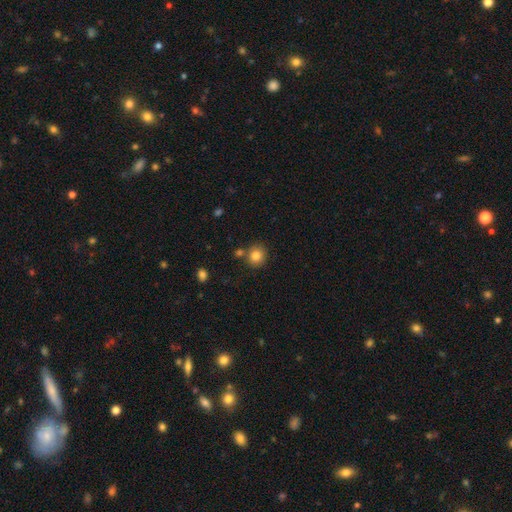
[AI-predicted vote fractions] Q: Smooth or featured?
A: smooth (82%); runner-up: star or artifact (11%)
Q: How rounded?
A: round (85%); runner-up: in between (15%)
Q: Merging?
A: none (75%); runner-up: merger (12%)